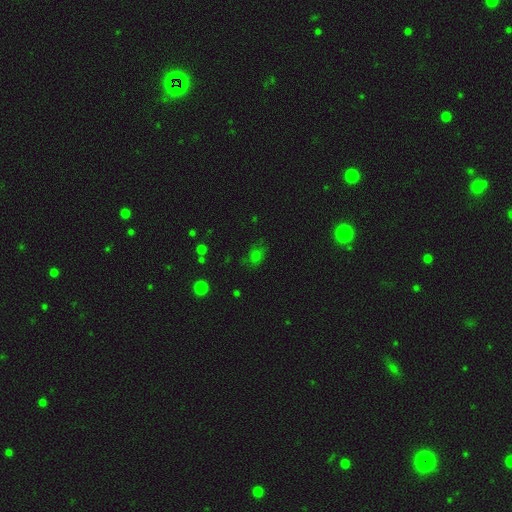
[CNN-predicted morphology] Q: Smooth or featured?
A: smooth (67%); runner-up: star or artifact (24%)
Q: How rounded?
A: in between (61%); runner-up: round (37%)
Q: Merging?
A: none (66%); runner-up: minor disturbance (22%)